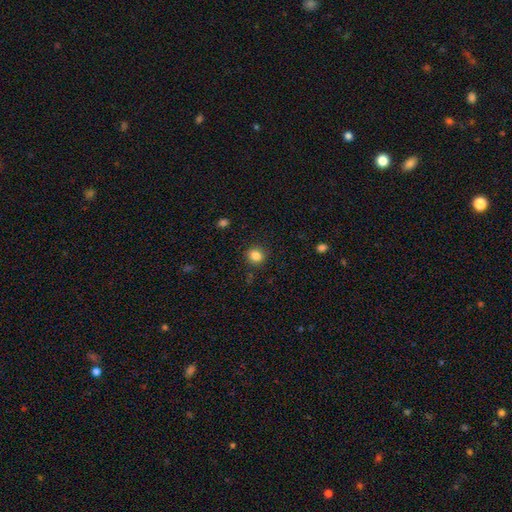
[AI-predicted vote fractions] This is clearly a smooth galaxy (84%). How rounded: clearly round (83%). Merging: clearly none (89%).